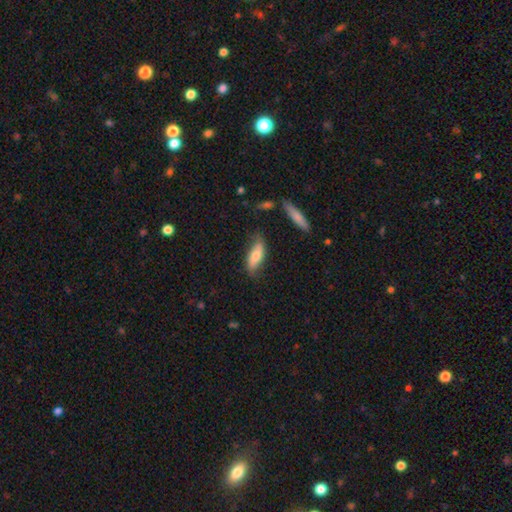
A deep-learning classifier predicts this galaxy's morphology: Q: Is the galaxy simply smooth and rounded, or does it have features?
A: smooth — 66%.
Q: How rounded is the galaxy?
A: in between — 69%.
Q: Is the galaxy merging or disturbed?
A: none — 68%.